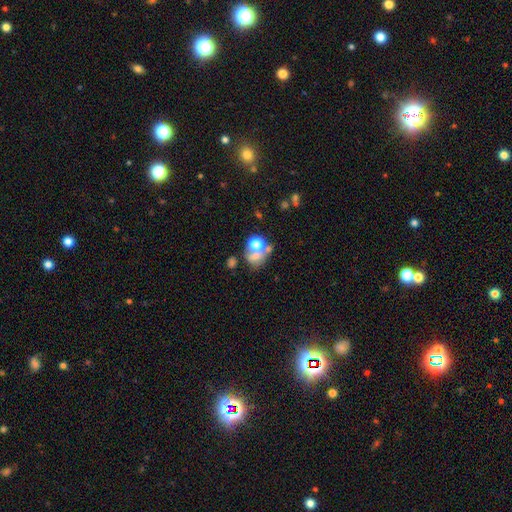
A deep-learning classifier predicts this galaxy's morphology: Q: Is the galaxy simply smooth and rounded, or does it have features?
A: smooth — 58%.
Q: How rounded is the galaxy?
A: round — 58%.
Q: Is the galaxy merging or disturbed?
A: merger — 51%.